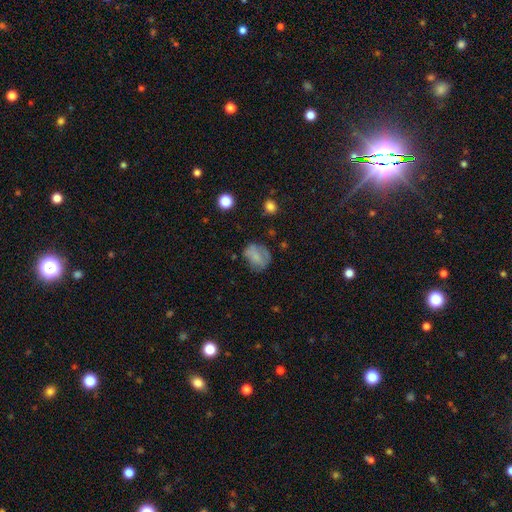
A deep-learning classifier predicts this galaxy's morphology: A smooth galaxy with no disk features (65%) that is round (51%).

Vote fractions:
- Smooth or featured? smooth: 65% / featured or disk: 23% / star or artifact: 12%
- How rounded? round: 51% / in between: 47% / cigar-shaped: 1%
- Merging? none: 53% / minor disturbance: 26% / major disturbance: 18% / merger: 3%